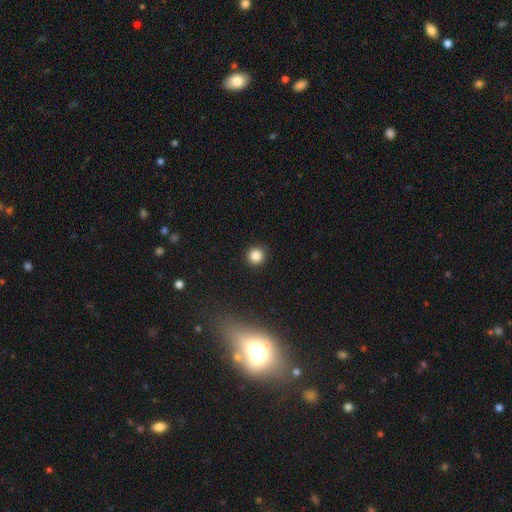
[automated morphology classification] type=smooth (84%); roundness=round (95%); merging=none (93%).